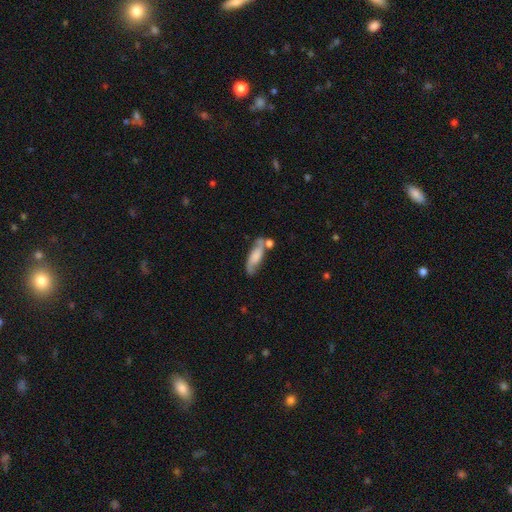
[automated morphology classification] A featured or disk galaxy (49%).

Vote fractions:
- Smooth or featured? featured or disk: 49% / smooth: 43% / star or artifact: 8%
- Merging? none: 52% / merger: 20% / minor disturbance: 20% / major disturbance: 8%